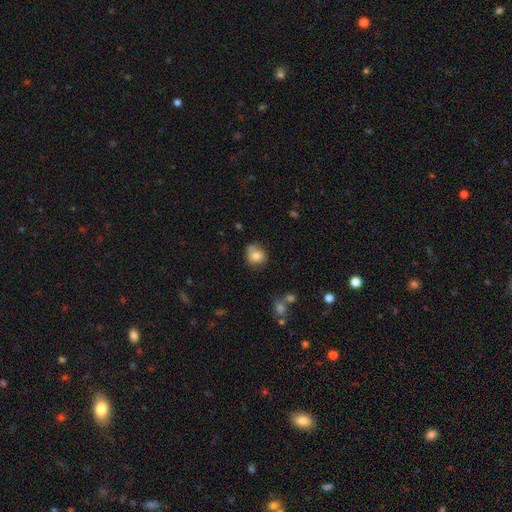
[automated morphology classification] smooth-or-featured: smooth: 78% | featured or disk: 12% | star or artifact: 10%
  how-rounded: round: 76% | in between: 23% | cigar-shaped: 1%
  merging: none: 60% | minor disturbance: 21% | merger: 15% | major disturbance: 5%